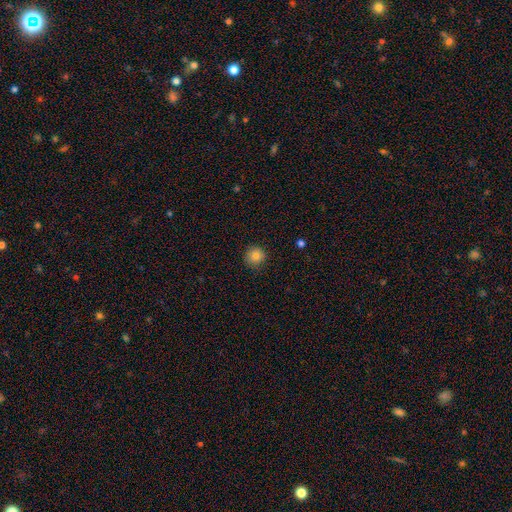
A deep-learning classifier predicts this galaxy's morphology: smooth-or-featured: smooth: 82% | star or artifact: 11% | featured or disk: 7%
  how-rounded: round: 93% | in between: 6% | cigar-shaped: 1%
  merging: none: 88% | minor disturbance: 9% | major disturbance: 2% | merger: 1%